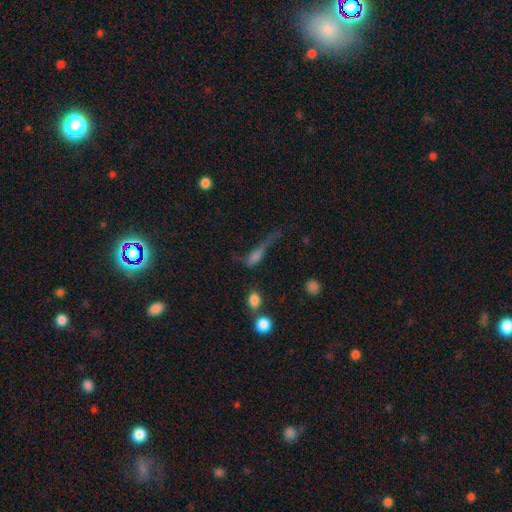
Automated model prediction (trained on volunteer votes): This appears to be a smooth galaxy with no disk features (58%) that is cigar-shaped (49%). Merging: major disturbance (39%).